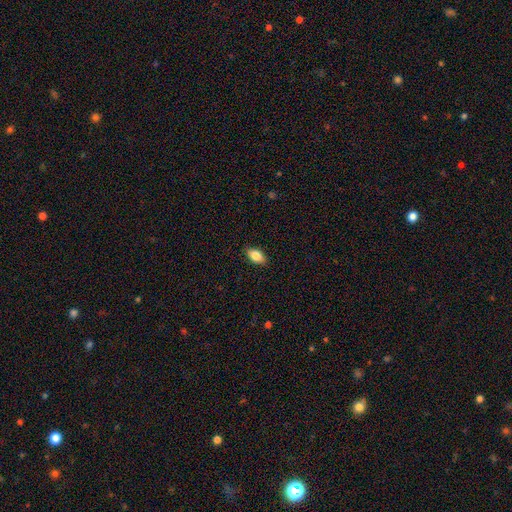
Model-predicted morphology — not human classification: Q: Smooth or featured?
A: smooth (85%); runner-up: featured or disk (8%)
Q: How rounded?
A: in between (92%); runner-up: round (5%)
Q: Merging?
A: none (89%); runner-up: minor disturbance (9%)